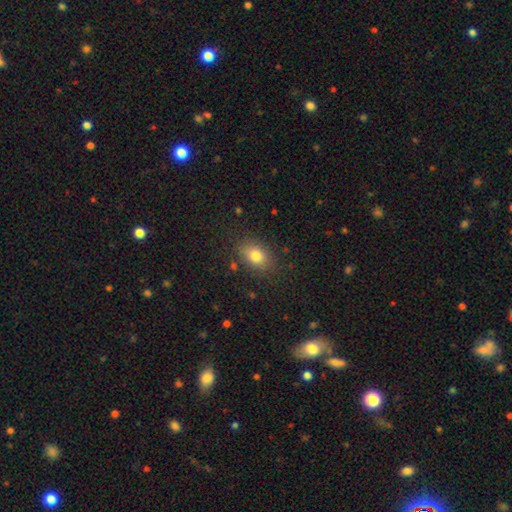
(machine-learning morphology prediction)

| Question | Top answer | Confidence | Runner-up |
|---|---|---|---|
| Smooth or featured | smooth | 79% | star or artifact (11%) |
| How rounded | in between | 74% | round (25%) |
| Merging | none | 82% | minor disturbance (12%) |